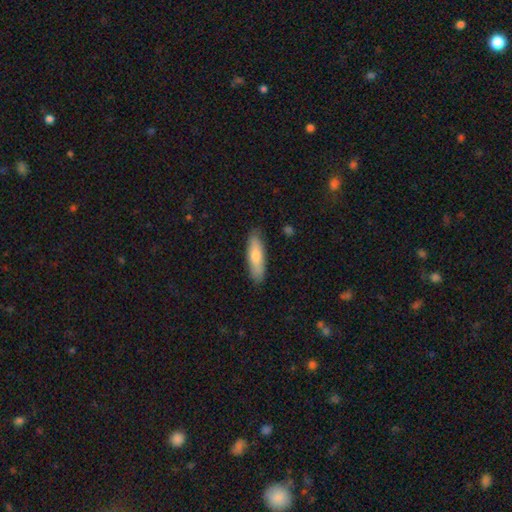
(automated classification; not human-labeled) A smooth galaxy with no disk features (74%) that is cigar-shaped (62%). Merging: none (86%).